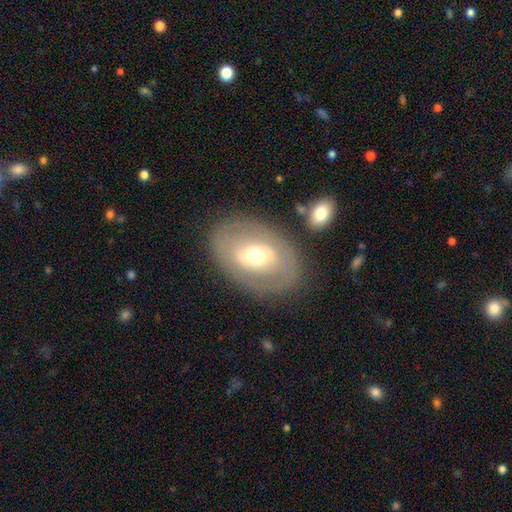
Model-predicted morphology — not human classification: Overall: featured or disk (53%; smooth 40%). Edge-on disk: no (91%). Merging: none (79%).